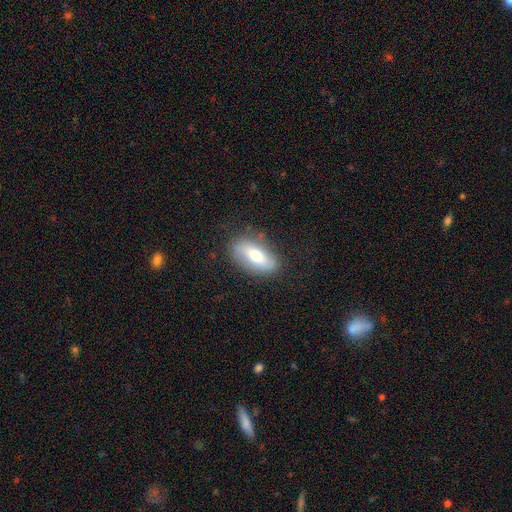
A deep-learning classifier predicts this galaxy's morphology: Smooth or featured: smooth — 62% (featured or disk — 31%)
How rounded: in between — 86% (cigar-shaped — 9%)
Merging: none — 80% (minor disturbance — 14%)